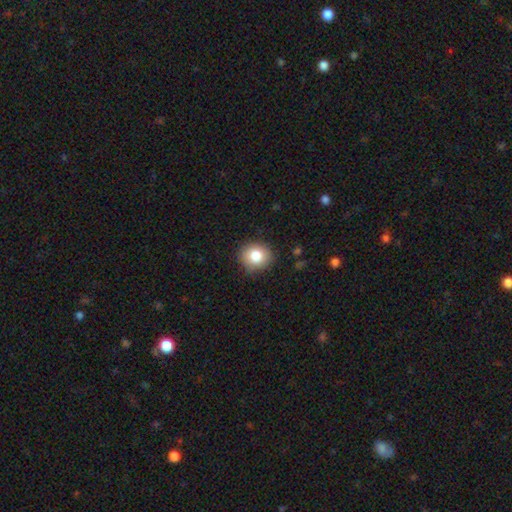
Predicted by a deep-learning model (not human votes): smooth 82%, star or artifact 10%, featured or disk 8%. Down the decision tree: how rounded — round (77%); merging — none (87%).